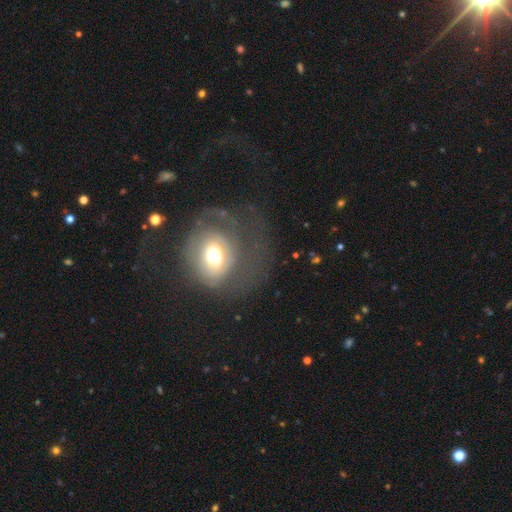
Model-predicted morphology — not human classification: Overall: featured or disk (54%; smooth 31%). Edge-on disk: no (95%). Bar: no (54%; weak 31%). Spiral arms: yes (51%; no 49%). Bulge size: moderate (62%). Merging: none (57%; major disturbance 26%).